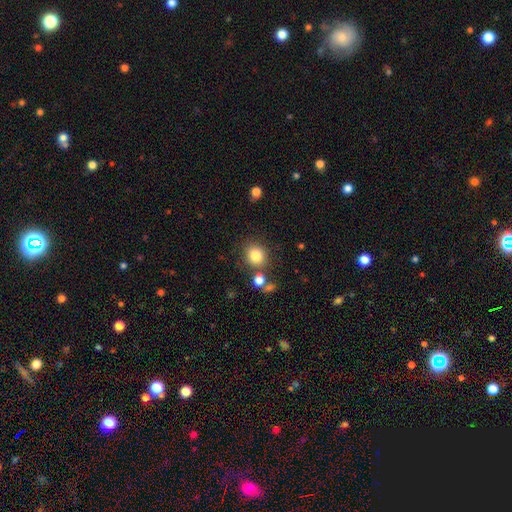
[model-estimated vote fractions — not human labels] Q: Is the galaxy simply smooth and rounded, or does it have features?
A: smooth — 82%.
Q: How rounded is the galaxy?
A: round — 80%.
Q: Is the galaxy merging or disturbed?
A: none — 75%.